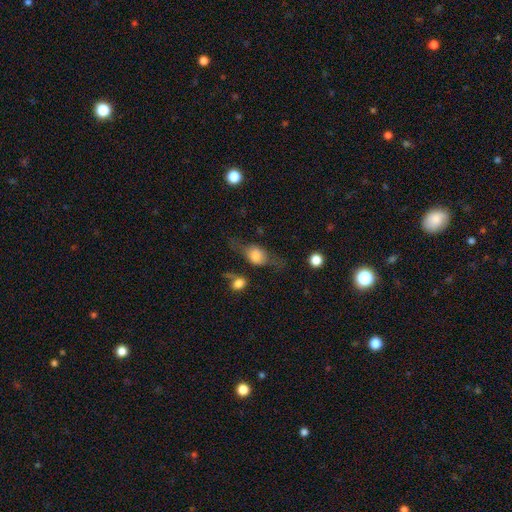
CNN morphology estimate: smooth_or_featured: smooth (p=0.56) [alt: featured or disk p=0.36]
how_rounded: in between (p=0.60) [alt: round p=0.29]
merging: none (p=0.53) [alt: minor disturbance p=0.22]